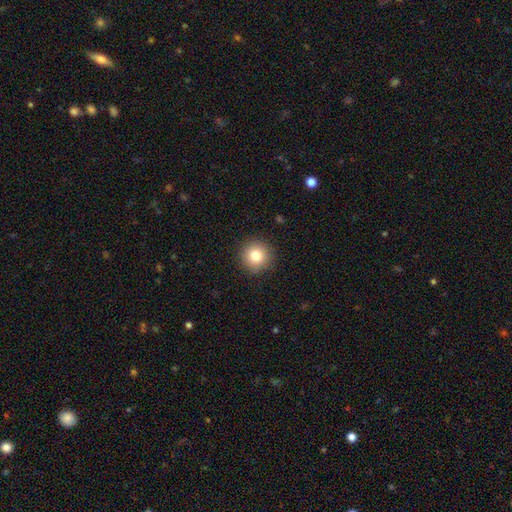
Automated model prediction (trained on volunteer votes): The model was most divided on "smooth or featured": smooth: 81%, star or artifact: 11%, featured or disk: 8%. More confident: how rounded — round (95%); merging — none (91%).